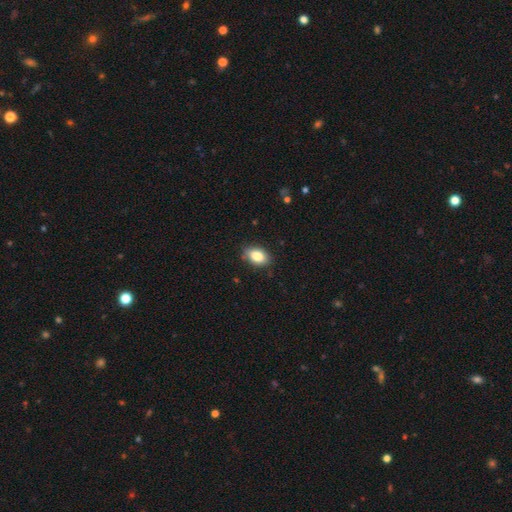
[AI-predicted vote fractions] Overall: smooth (84%). How rounded: in between (83%). Merging: none (85%).